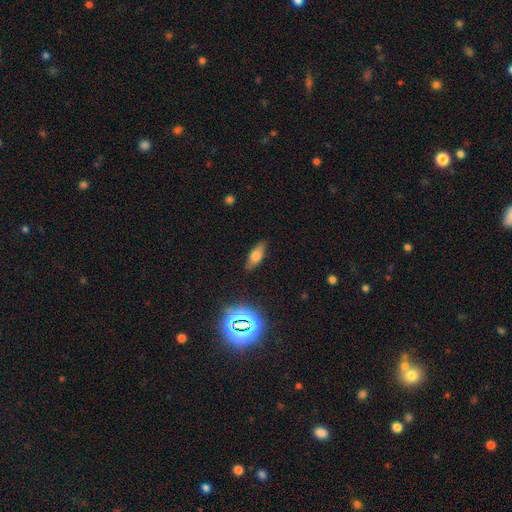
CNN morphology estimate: Smooth or featured: smooth — 67% (featured or disk — 20%)
How rounded: in between — 72% (cigar-shaped — 24%)
Merging: none — 85% (minor disturbance — 11%)